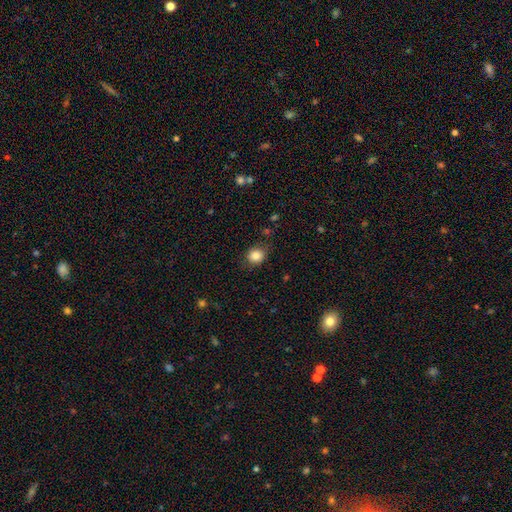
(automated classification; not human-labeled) Smooth or featured?
  - smooth: 83% *
  - star or artifact: 10%
  - featured or disk: 6%
How rounded?
  - round: 73% *
  - in between: 26%
  - cigar-shaped: 1%
Merging?
  - none: 80% *
  - minor disturbance: 14%
  - major disturbance: 4%
  - merger: 1%